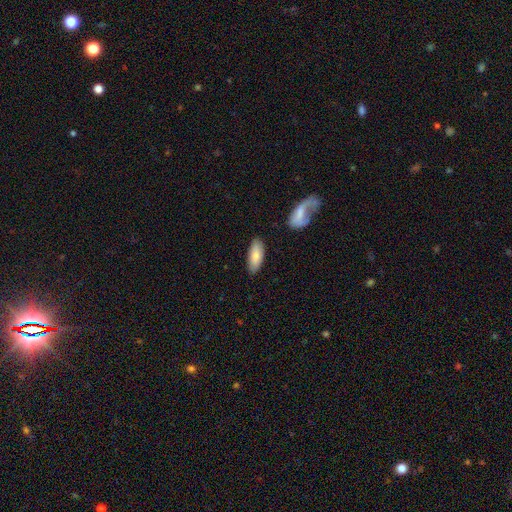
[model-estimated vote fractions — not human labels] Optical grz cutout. It shows a smooth galaxy with no disk features (80%) that is in between round and cigar-shaped (83%). Merging: none (84%).